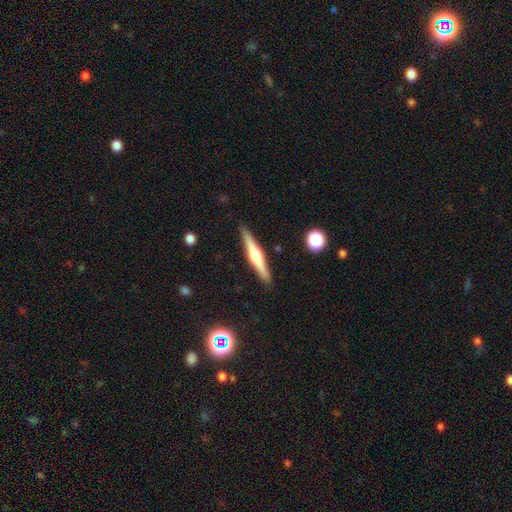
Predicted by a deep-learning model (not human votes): Smooth or featured: featured or disk — 66% (smooth — 28%)
Edge-on disk: yes — 98% (no — 2%)
Edge-on bulge: rounded — 88% (boxy — 7%)
Merging: none — 90% (minor disturbance — 7%)